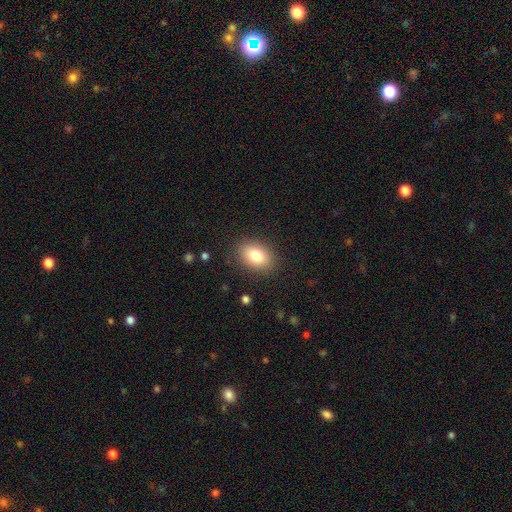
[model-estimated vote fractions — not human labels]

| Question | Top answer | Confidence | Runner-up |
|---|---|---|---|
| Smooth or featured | smooth | 82% | featured or disk (9%) |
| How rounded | in between | 82% | round (16%) |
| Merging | none | 87% | minor disturbance (9%) |